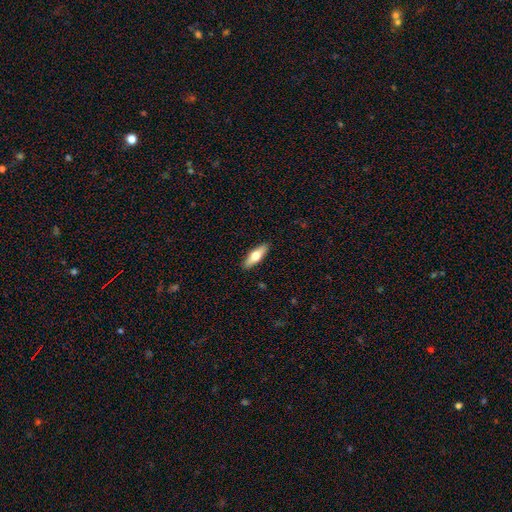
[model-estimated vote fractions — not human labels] A smooth galaxy with no disk features (59%) that is in between round and cigar-shaped (50%). Merging: none (90%).